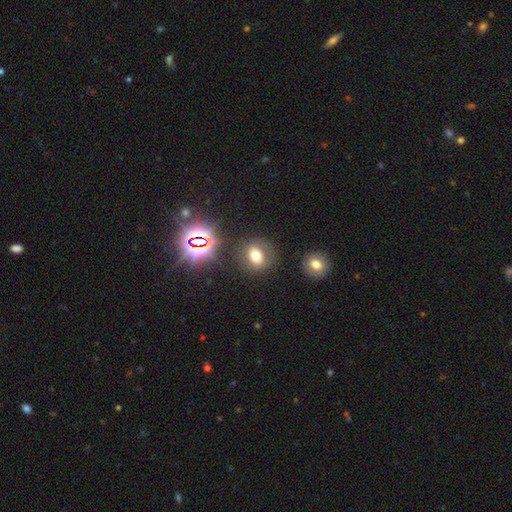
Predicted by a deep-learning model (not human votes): smooth 58%, star or artifact 21%, featured or disk 21%. Down the decision tree: how rounded — round (56%); merging — none (78%).